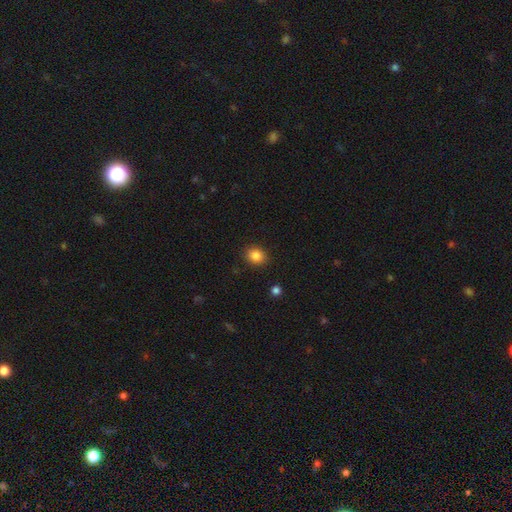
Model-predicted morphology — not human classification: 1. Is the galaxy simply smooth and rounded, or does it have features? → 86% smooth, 10% star or artifact, 4% featured or disk.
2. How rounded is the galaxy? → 62% round, 37% in between, 1% cigar-shaped.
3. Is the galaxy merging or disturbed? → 88% none, 8% minor disturbance, 2% major disturbance, 1% merger.